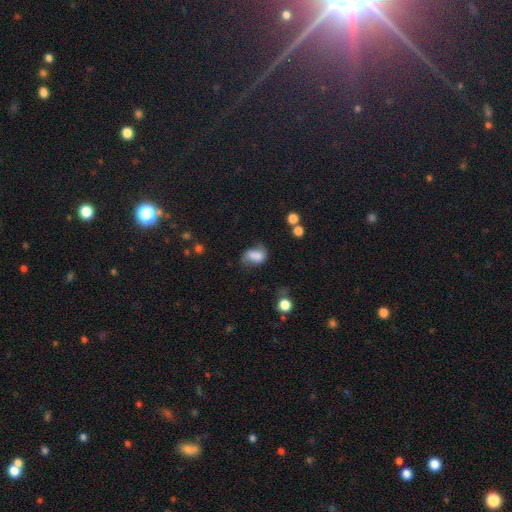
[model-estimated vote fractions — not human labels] Overall: smooth (66%). How rounded: in between (70%). Merging: none (32%; minor disturbance 29%).